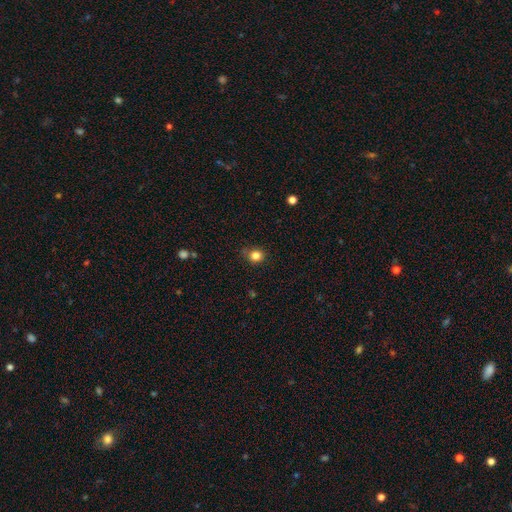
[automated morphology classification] This appears to be a smooth galaxy with no disk features (83%) that is round (82%). Merging: none (79%).